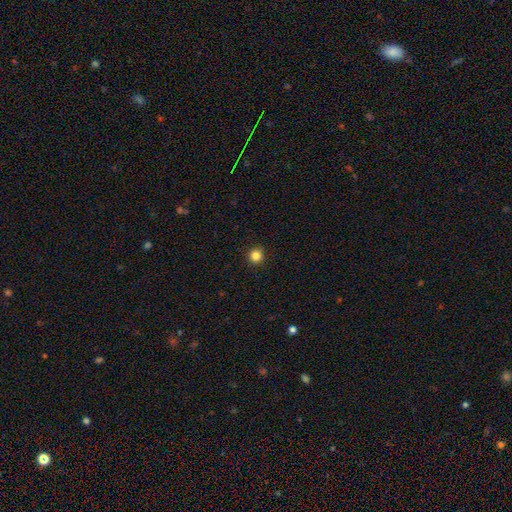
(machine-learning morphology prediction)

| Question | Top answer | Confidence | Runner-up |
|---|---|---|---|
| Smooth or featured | smooth | 84% | star or artifact (12%) |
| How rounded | round | 95% | in between (4%) |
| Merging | none | 93% | minor disturbance (5%) |